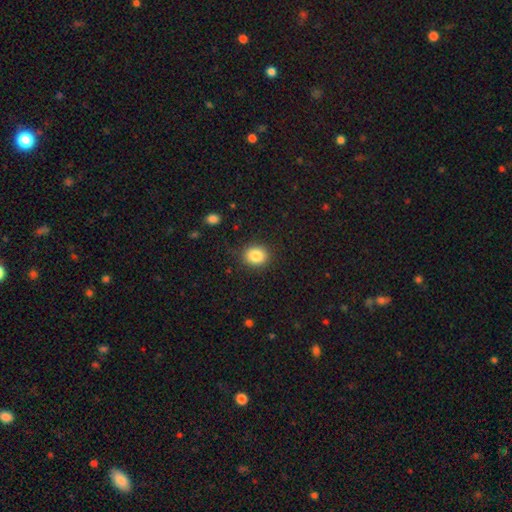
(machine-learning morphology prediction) Q: Smooth or featured?
A: smooth (86%); runner-up: star or artifact (9%)
Q: How rounded?
A: round (72%); runner-up: in between (27%)
Q: Merging?
A: none (87%); runner-up: minor disturbance (9%)